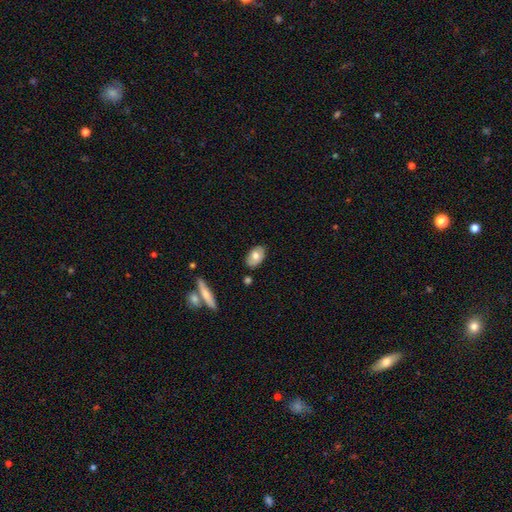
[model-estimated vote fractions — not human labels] Smooth or featured: smooth — 71% (featured or disk — 23%)
How rounded: in between — 91% (round — 7%)
Merging: none — 83% (minor disturbance — 12%)